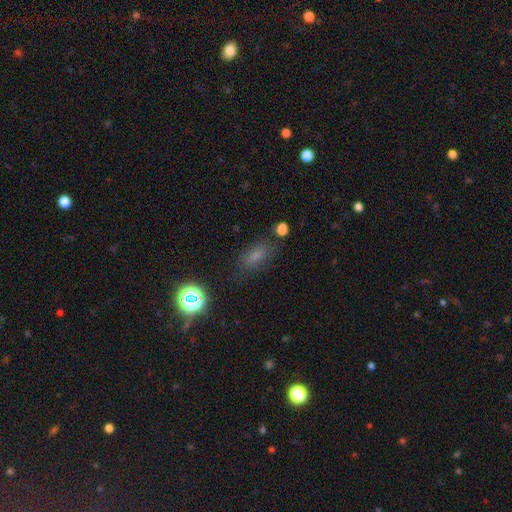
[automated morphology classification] Smooth or featured: smooth — 60% (star or artifact — 26%)
How rounded: in between — 76% (cigar-shaped — 12%)
Merging: none — 74% (minor disturbance — 16%)